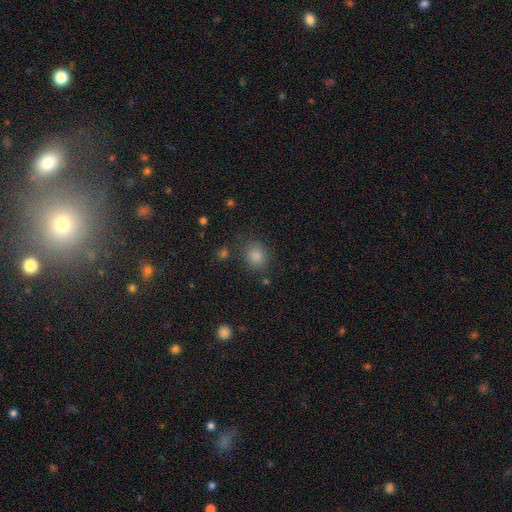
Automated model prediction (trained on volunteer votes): This appears to be a smooth galaxy with no disk features (79%) that is round (76%). Merging: none (82%).